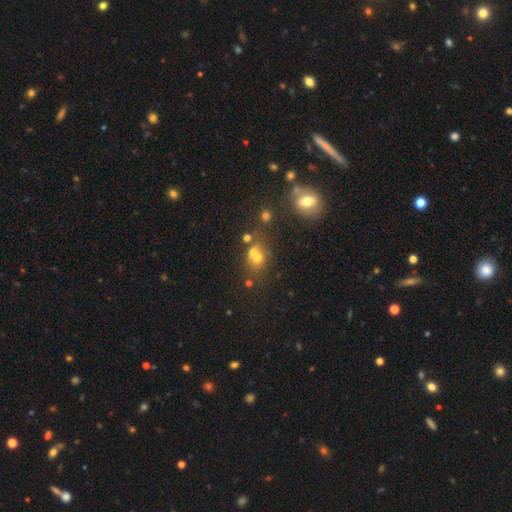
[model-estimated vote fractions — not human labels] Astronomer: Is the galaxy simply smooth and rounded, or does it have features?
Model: smooth — 61%.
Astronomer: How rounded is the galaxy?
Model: round — 66%.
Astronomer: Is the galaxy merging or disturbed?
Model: merger — 42% (runner-up: none, 41%).